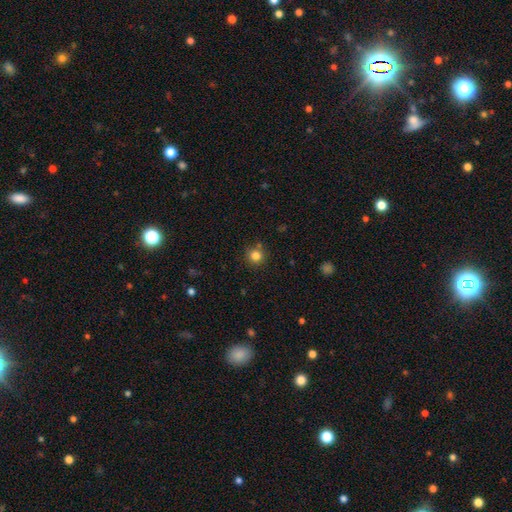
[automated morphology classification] This appears to be a smooth galaxy with no disk features (82%) that is round (93%). Merging: none (81%).